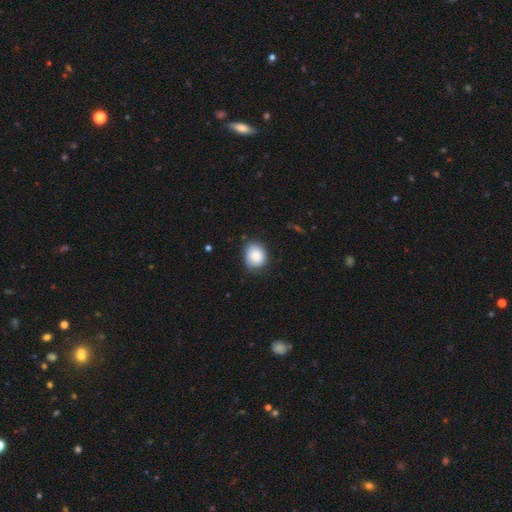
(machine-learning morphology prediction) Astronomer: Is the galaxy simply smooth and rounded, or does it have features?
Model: smooth — 86%.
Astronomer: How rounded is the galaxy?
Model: round — 58% (runner-up: in between, 41%).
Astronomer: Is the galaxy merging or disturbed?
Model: none — 72%.